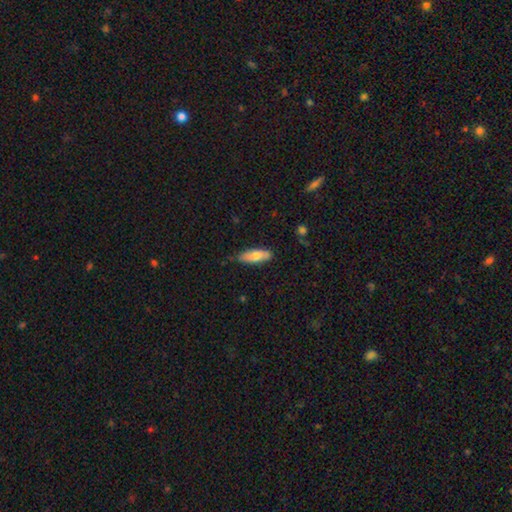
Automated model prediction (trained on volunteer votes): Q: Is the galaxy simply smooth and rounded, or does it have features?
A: smooth — 74%.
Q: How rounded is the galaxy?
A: in between — 58%.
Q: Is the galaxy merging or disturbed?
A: none — 77%.